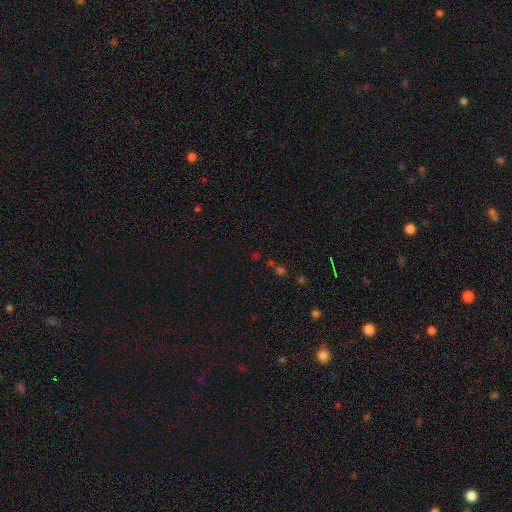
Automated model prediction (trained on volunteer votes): Overall: star or artifact (54%; smooth 37%).